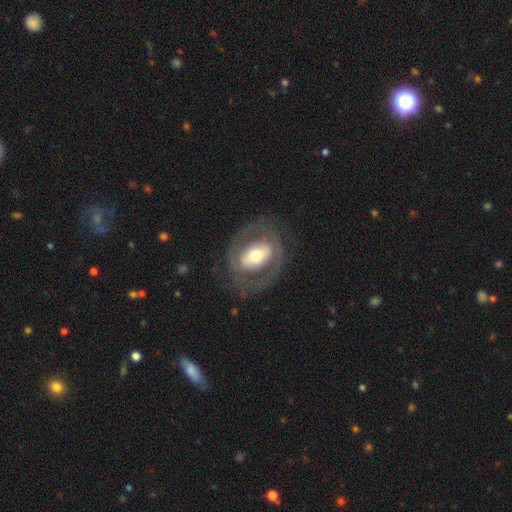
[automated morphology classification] featured or disk 66%, smooth 28%, star or artifact 6%. Down the decision tree: edge-on disk — no (94%); bar — no (40%); spiral arms — no (52%); bulge size — moderate (63%); merging — none (74%).